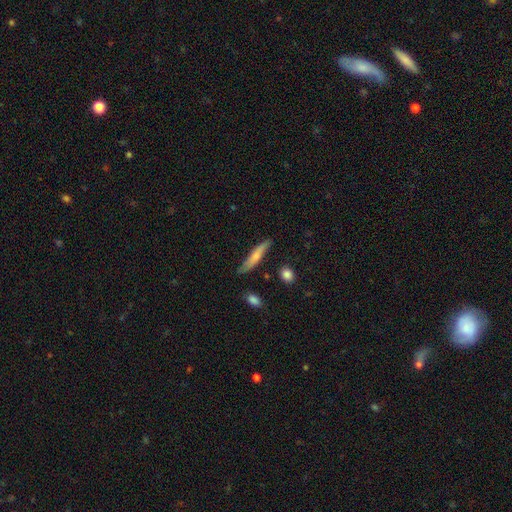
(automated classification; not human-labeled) Overall: smooth (62%; featured or disk 32%). How rounded: cigar-shaped (87%). Merging: none (76%).